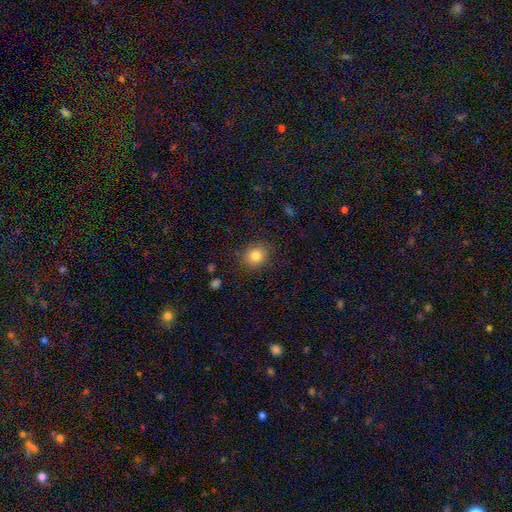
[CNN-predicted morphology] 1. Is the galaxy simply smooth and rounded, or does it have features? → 82% smooth, 11% star or artifact, 8% featured or disk.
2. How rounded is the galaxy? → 76% round, 23% in between, 1% cigar-shaped.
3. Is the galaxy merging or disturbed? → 87% none, 9% minor disturbance, 3% major disturbance, 1% merger.